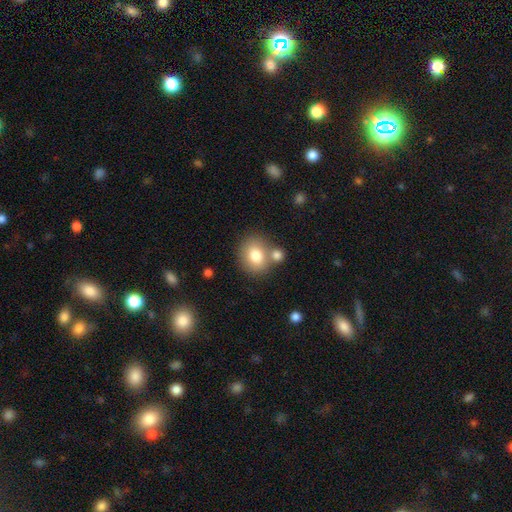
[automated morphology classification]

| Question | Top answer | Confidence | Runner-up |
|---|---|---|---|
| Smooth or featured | smooth | 78% | featured or disk (13%) |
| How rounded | round | 67% | in between (32%) |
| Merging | none | 61% | merger (25%) |